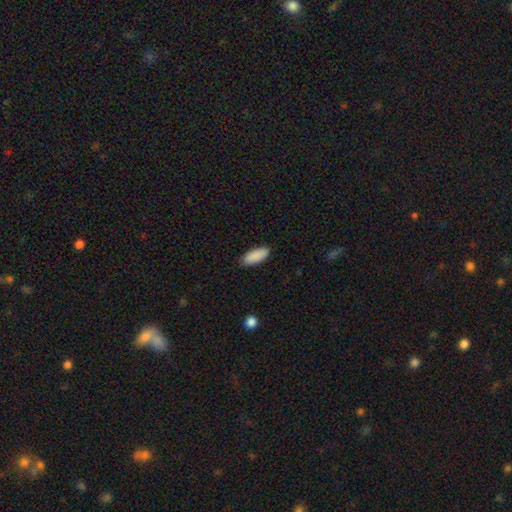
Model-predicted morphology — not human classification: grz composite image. It shows a smooth galaxy with no disk features (90%) that is in between round and cigar-shaped (78%). Merging: none (87%).